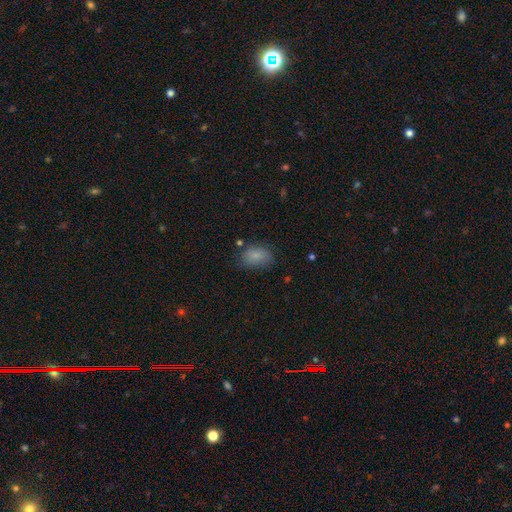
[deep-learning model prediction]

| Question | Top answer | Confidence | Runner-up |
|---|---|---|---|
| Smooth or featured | smooth | 82% | star or artifact (9%) |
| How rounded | in between | 83% | round (16%) |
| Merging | none | 67% | minor disturbance (23%) |